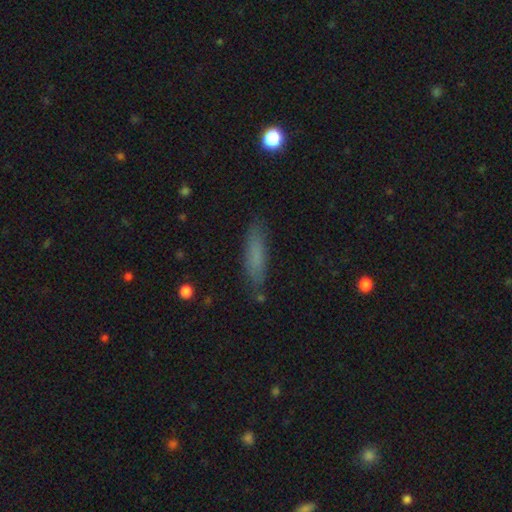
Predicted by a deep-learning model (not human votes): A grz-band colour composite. It shows a smooth galaxy with no disk features (75%) that is cigar-shaped (76%). Merging: none (83%).